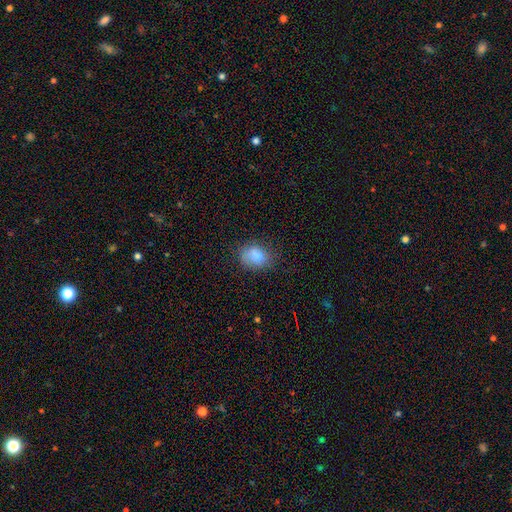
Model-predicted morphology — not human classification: Overall: smooth (83%). How rounded: in between (62%; round 37%). Merging: none (68%).